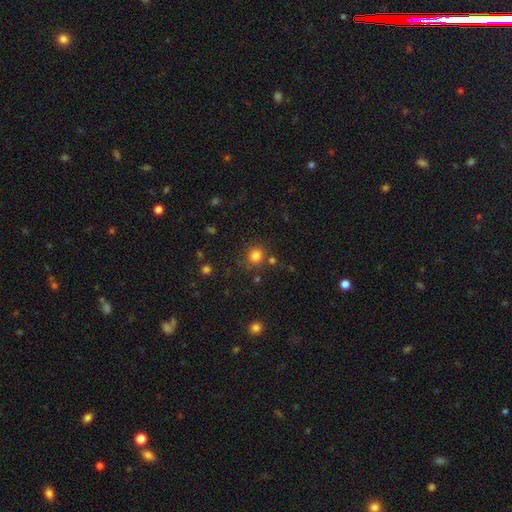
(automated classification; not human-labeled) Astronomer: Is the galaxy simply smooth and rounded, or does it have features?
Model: smooth — 81%.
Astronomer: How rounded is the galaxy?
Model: round — 87%.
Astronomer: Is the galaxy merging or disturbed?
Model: none — 77%.